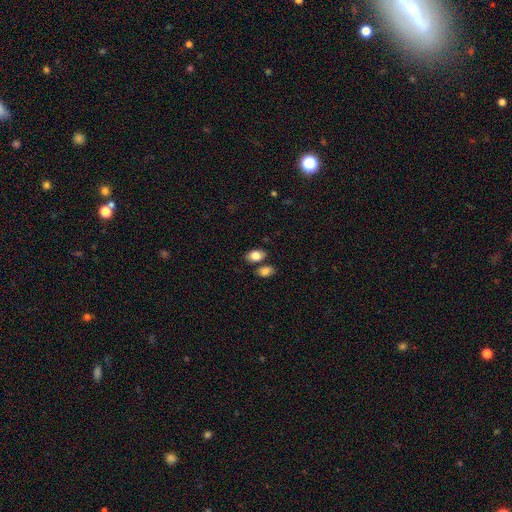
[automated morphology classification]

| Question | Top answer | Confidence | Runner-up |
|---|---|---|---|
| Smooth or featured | smooth | 84% | featured or disk (8%) |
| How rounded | in between | 86% | round (13%) |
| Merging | none | 69% | merger (15%) |